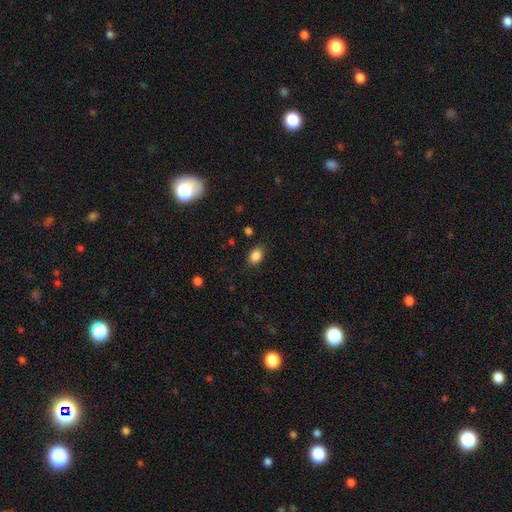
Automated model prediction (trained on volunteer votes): Smooth or featured? Predicted: smooth (p=0.86). How rounded? Predicted: in between (p=0.82). Merging? Predicted: none (p=0.85).